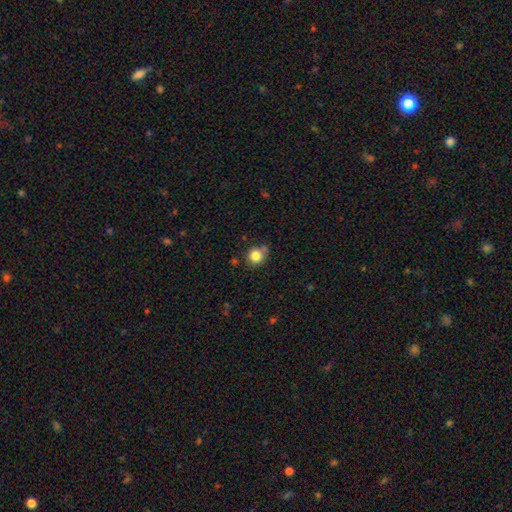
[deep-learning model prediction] A smooth galaxy with no disk features (84%) that is round (88%). Merging: none (65%).